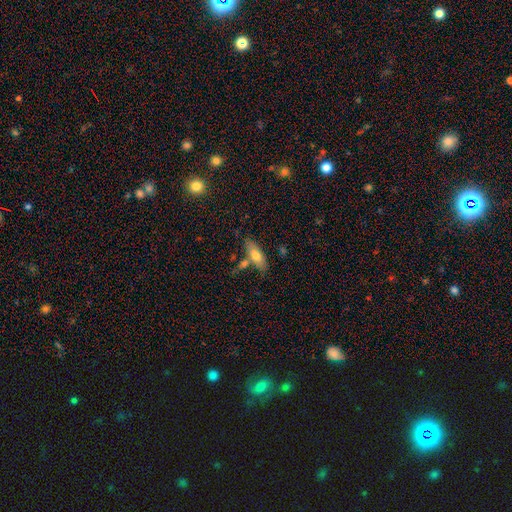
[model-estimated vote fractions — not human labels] smooth-or-featured: smooth: 70% | featured or disk: 24% | star or artifact: 6%
  how-rounded: in between: 68% | cigar-shaped: 30% | round: 3%
  merging: none: 67% | merger: 15% | minor disturbance: 14% | major disturbance: 4%